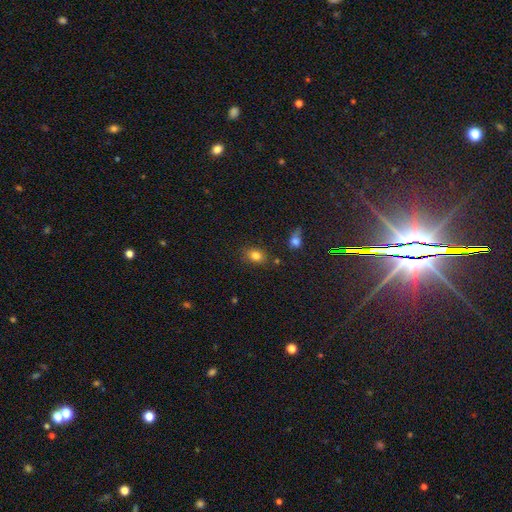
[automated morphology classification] This is clearly a smooth galaxy (81%). How rounded: likely in between (66%). Merging: likely none (78%).